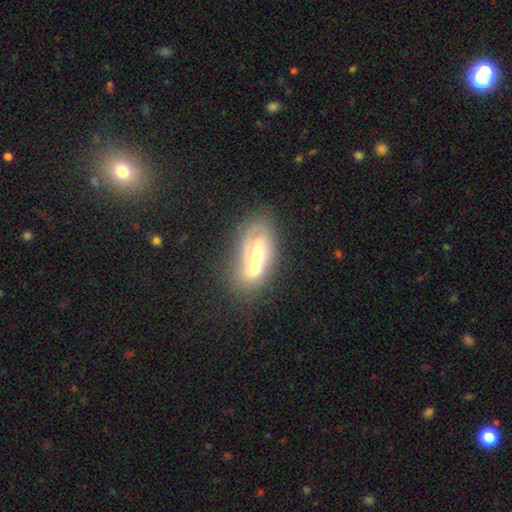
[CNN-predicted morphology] This is possibly a featured or disk galaxy (49%). Merging: possibly merger (59%).